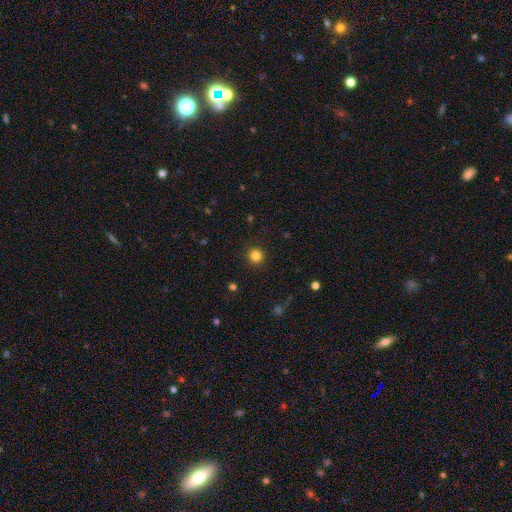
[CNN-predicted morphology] smooth 83%, star or artifact 13%, featured or disk 4%. Down the decision tree: how rounded — round (95%); merging — none (91%).